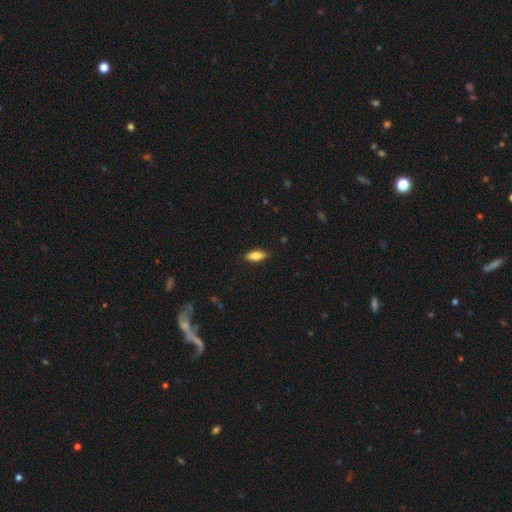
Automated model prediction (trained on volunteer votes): Morphology: type=smooth (73%); roundness=in between (66%); merging=none (87%).